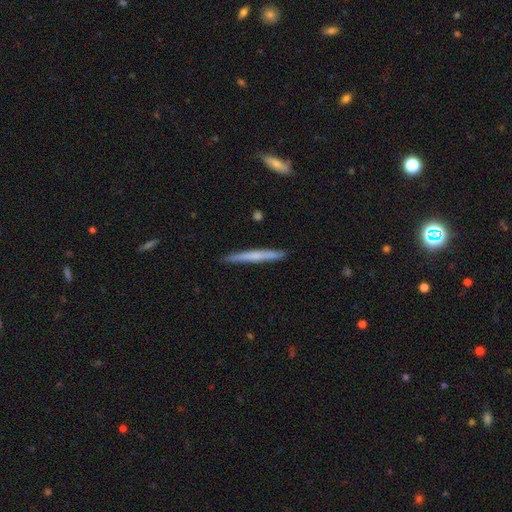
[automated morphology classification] smooth-or-featured: smooth: 56% | featured or disk: 38% | star or artifact: 6%
  how-rounded: cigar-shaped: 97% | in between: 2% | round: 1%
  merging: none: 89% | minor disturbance: 8% | major disturbance: 1% | merger: 1%